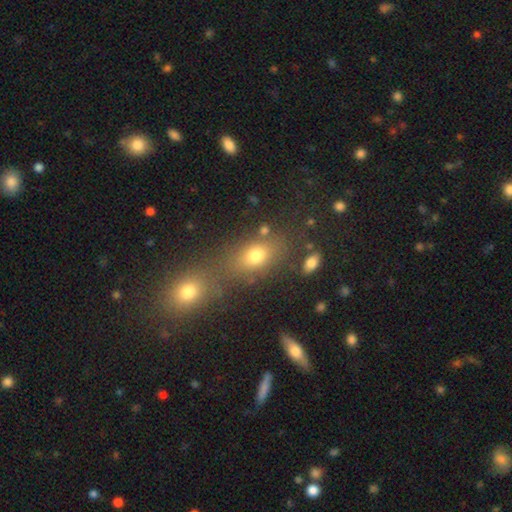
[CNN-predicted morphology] This appears to be a smooth galaxy with no disk features (72%) that is in between round and cigar-shaped (70%). Merging: none (55%).